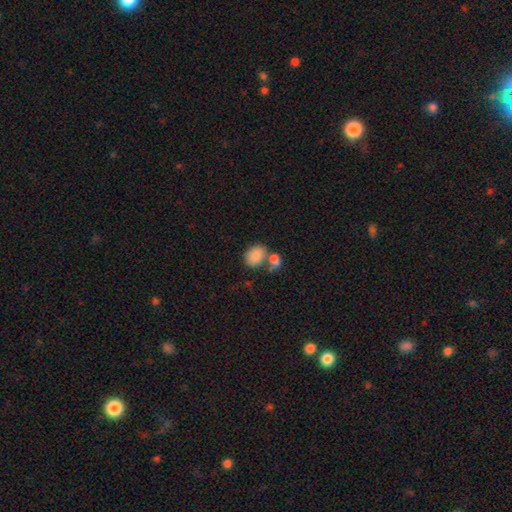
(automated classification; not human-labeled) smooth 85%, star or artifact 8%, featured or disk 7%. Down the decision tree: how rounded — in between (71%); merging — none (42%).